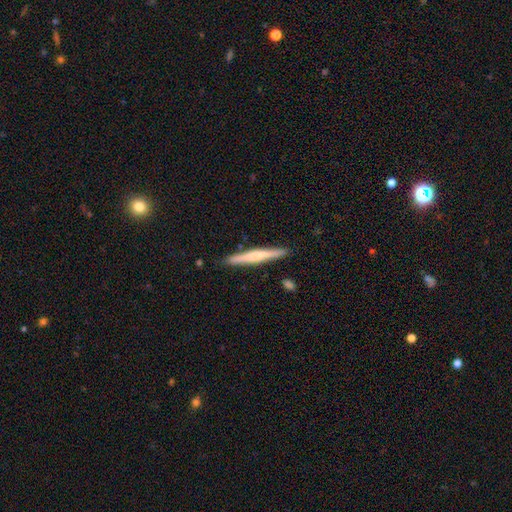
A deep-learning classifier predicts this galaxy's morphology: The model was most divided on "smooth or featured": smooth: 49%, featured or disk: 46%, star or artifact: 5%. More confident: merging — none (90%).